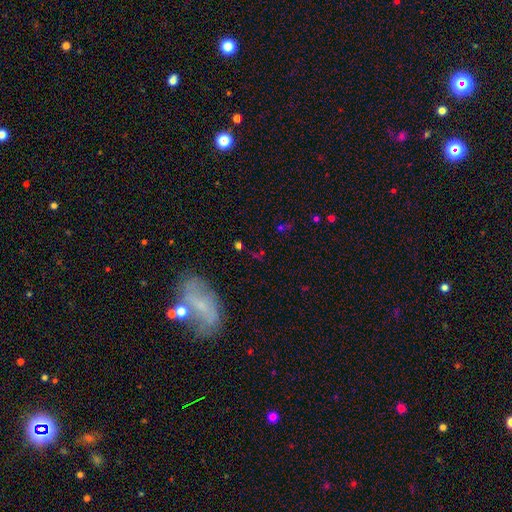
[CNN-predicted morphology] Q: Smooth or featured?
A: star or artifact (51%); runner-up: smooth (33%)